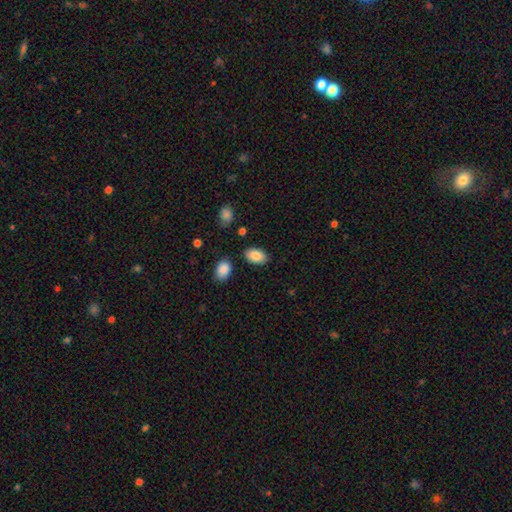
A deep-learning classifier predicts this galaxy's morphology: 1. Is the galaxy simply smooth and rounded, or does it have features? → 87% smooth, 7% star or artifact, 6% featured or disk.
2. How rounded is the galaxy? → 93% in between, 6% round, 1% cigar-shaped.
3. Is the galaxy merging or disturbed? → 83% none, 11% minor disturbance, 4% merger, 3% major disturbance.